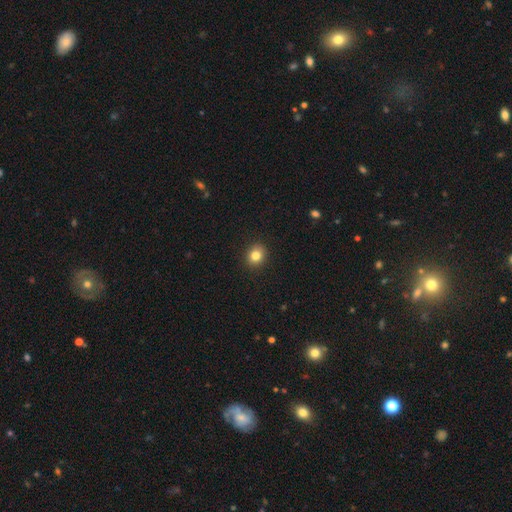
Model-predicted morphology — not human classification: A smooth galaxy with no disk features (82%) that is round (75%). Merging: none (91%).